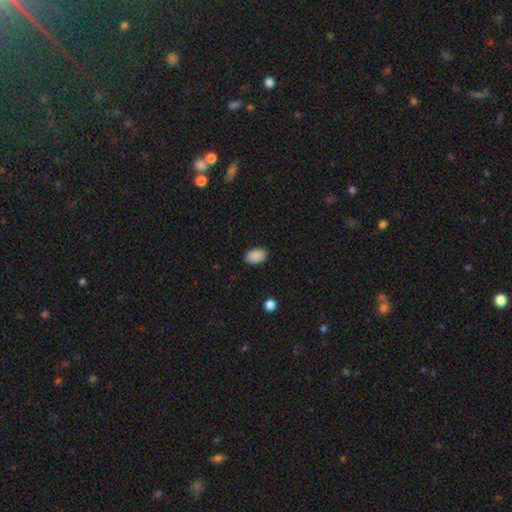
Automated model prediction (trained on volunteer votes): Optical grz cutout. It shows a smooth galaxy with no disk features (90%) that is in between round and cigar-shaped (91%). Merging: none (87%).